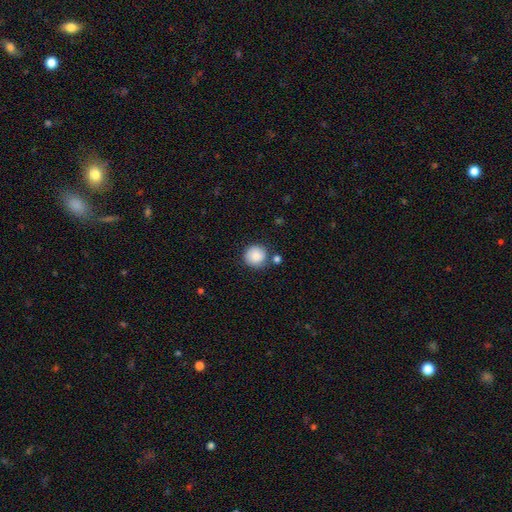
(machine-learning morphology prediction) smooth-or-featured: smooth: 86% | star or artifact: 8% | featured or disk: 6%
  how-rounded: round: 92% | in between: 7% | cigar-shaped: 1%
  merging: none: 73% | minor disturbance: 13% | merger: 10% | major disturbance: 4%